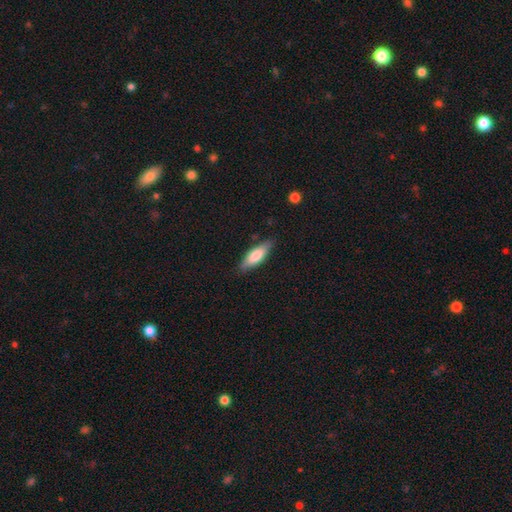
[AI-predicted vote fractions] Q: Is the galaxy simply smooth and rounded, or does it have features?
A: smooth — 73%.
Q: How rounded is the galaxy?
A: in between — 55%.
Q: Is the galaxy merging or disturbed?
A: none — 82%.